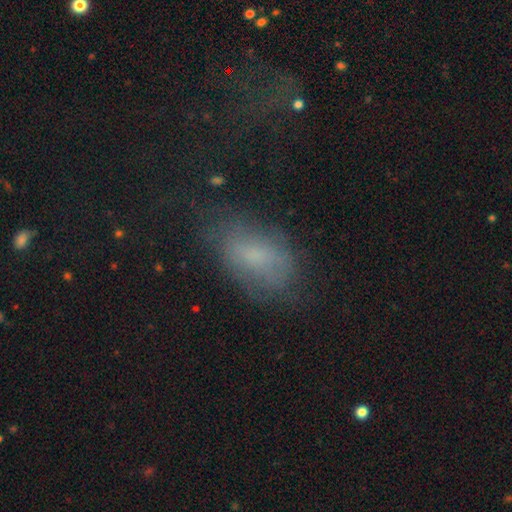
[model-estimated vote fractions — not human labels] A smooth galaxy with no disk features (61%) that is in between round and cigar-shaped (90%).

Vote fractions:
- Smooth or featured? smooth: 61% / featured or disk: 22% / star or artifact: 16%
- How rounded? in between: 90% / round: 6% / cigar-shaped: 4%
- Merging? none: 56% / minor disturbance: 25% / major disturbance: 16% / merger: 3%